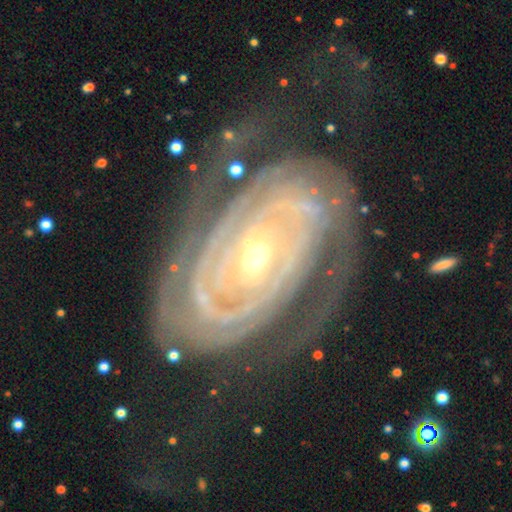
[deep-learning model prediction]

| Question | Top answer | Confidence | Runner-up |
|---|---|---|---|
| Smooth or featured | featured or disk | 91% | star or artifact (5%) |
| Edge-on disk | no | 96% | yes (4%) |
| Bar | no | 54% | weak (26%) |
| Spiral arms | yes | 97% | no (3%) |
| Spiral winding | tight | 80% | medium (16%) |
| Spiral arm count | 2 | 48% | can't tell (19%) |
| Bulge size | small | 55% | moderate (41%) |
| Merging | none | 67% | minor disturbance (16%) |